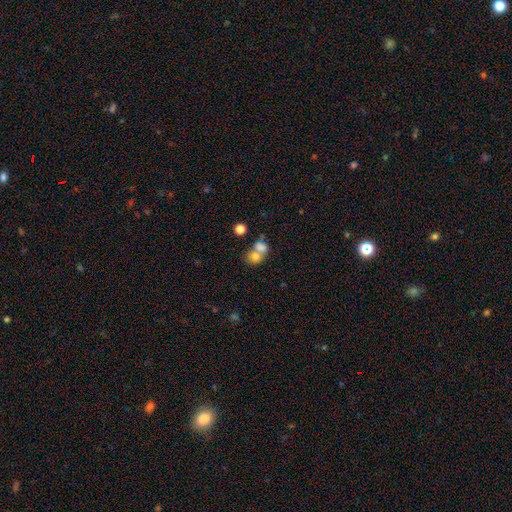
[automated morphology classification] A smooth galaxy with no disk features (73%) that is round (59%).

Vote fractions:
- Smooth or featured? smooth: 73% / featured or disk: 16% / star or artifact: 11%
- How rounded? round: 59% / in between: 39% / cigar-shaped: 1%
- Merging? merger: 65% / none: 25% / minor disturbance: 6% / major disturbance: 4%